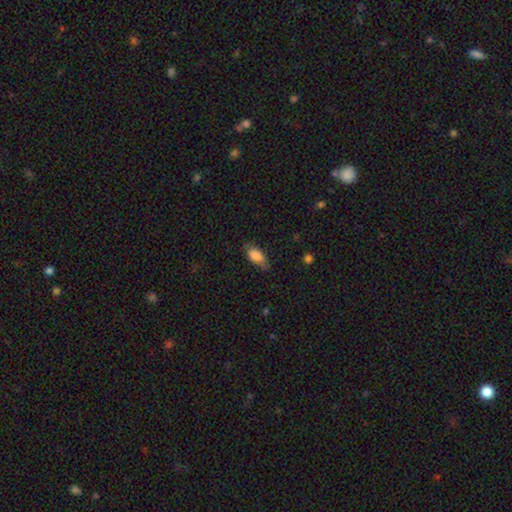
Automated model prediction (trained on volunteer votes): Smooth or featured? Predicted: smooth (p=0.81). How rounded? Predicted: in between (p=0.86). Merging? Predicted: none (p=0.68).